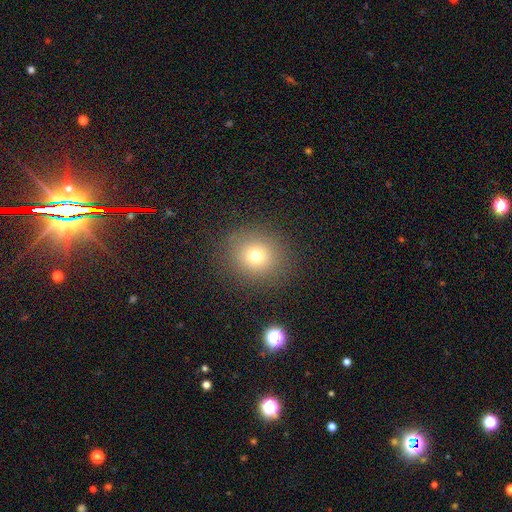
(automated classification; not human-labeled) Smooth or featured? Predicted: smooth (p=0.72). How rounded? Predicted: round (p=0.83). Merging? Predicted: none (p=0.87).